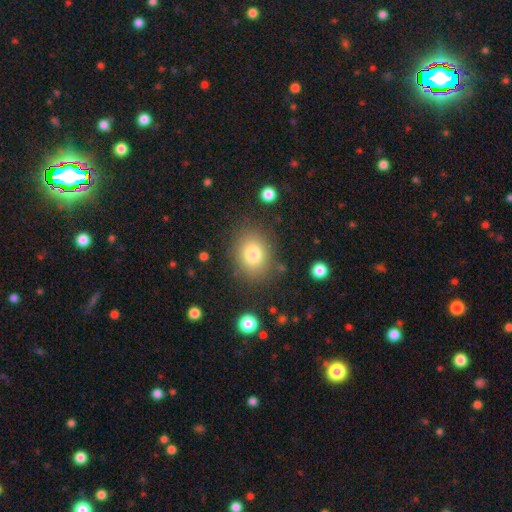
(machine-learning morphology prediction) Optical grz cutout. It shows a smooth galaxy with no disk features (79%) that is round (52%). Merging: none (81%).